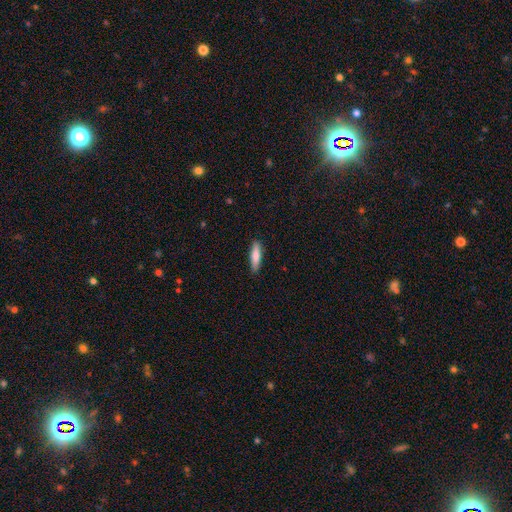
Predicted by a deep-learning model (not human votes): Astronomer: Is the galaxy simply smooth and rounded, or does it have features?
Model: smooth — 78%.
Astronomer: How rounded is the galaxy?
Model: cigar-shaped — 72%.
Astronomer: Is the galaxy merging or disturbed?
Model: none — 88%.